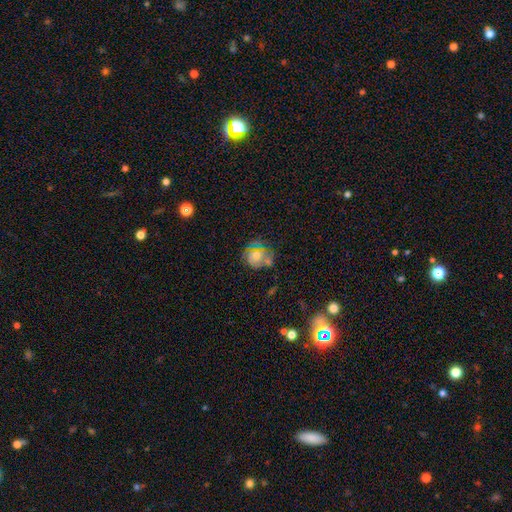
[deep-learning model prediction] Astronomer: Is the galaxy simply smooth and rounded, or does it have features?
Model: smooth — 46% (runner-up: featured or disk, 42%).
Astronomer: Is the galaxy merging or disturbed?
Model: none — 55%.